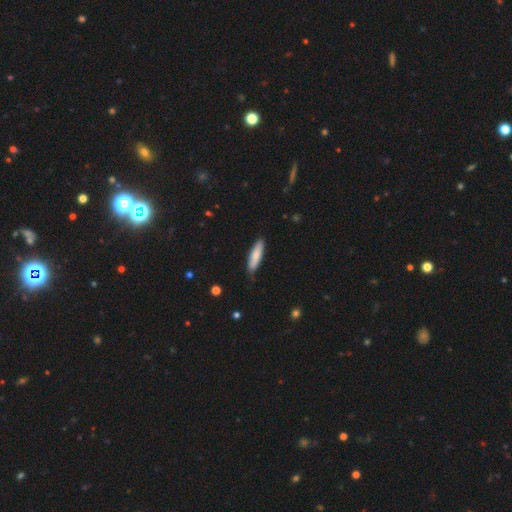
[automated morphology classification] This is clearly a smooth galaxy (81%). How rounded: likely cigar-shaped (73%). Merging: clearly none (84%).